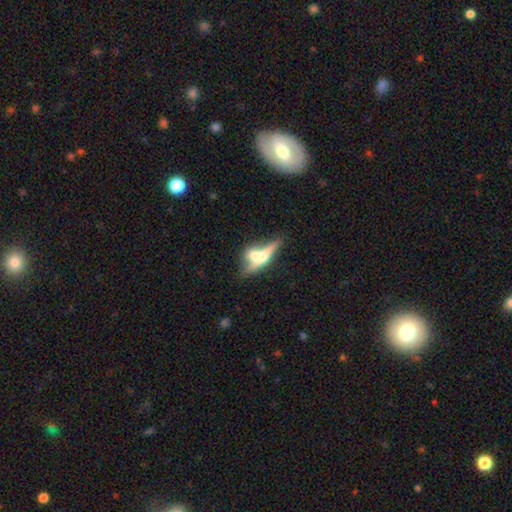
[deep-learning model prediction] Q: Smooth or featured?
A: featured or disk (49%); runner-up: smooth (43%)
Q: Merging?
A: merger (49%); runner-up: none (31%)